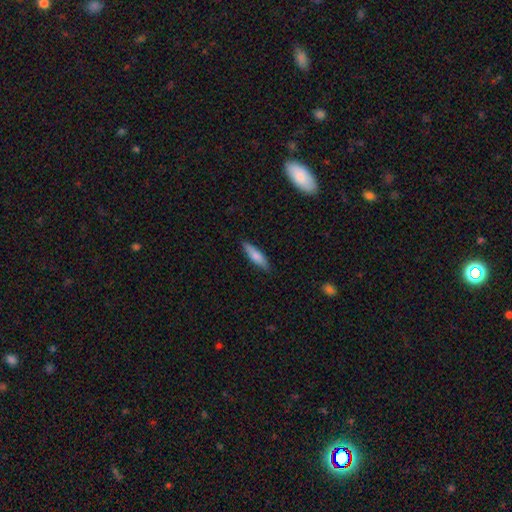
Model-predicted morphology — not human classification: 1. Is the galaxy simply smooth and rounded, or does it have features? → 76% smooth, 18% featured or disk, 6% star or artifact.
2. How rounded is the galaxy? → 67% cigar-shaped, 31% in between, 2% round.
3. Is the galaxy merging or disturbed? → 86% none, 11% minor disturbance, 2% major disturbance, 1% merger.